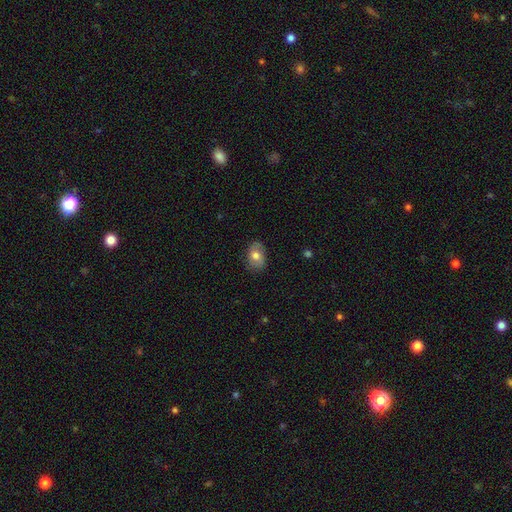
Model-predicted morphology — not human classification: smooth 70%, featured or disk 23%, star or artifact 8%. Down the decision tree: how rounded — in between (79%); merging — none (78%).